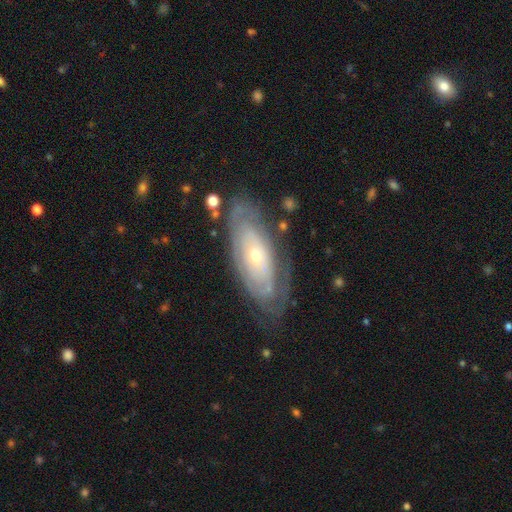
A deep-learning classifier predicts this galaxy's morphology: This appears to be a featured or disk galaxy (73%) with no bar (84%), spiral arms (68%) and a small central bulge (57%). Merging: none (72%).